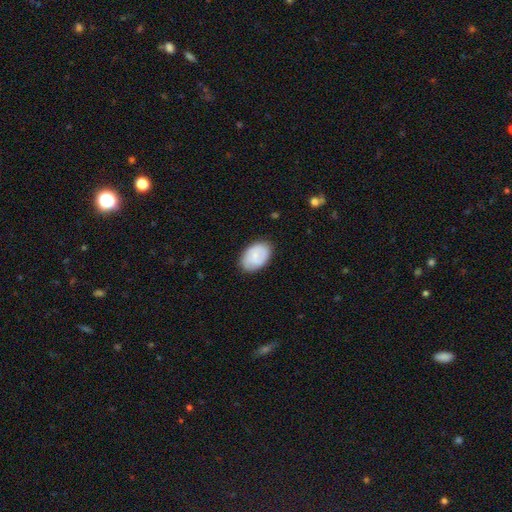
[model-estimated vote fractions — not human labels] The model was most divided on "smooth or featured": smooth: 57%, featured or disk: 36%, star or artifact: 6%. More confident: how rounded — in between (85%); merging — none (81%).